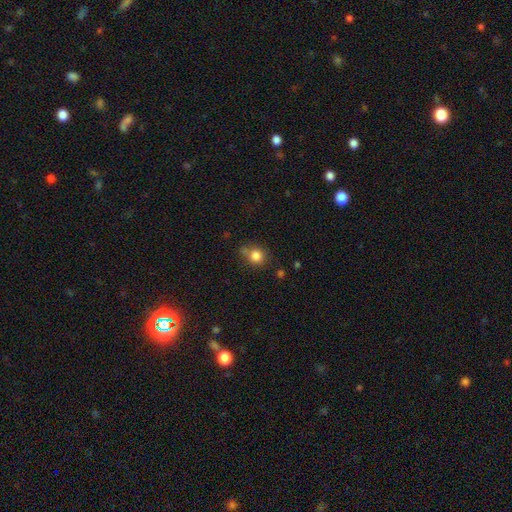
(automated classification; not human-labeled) Q: Smooth or featured?
A: smooth (82%); runner-up: star or artifact (11%)
Q: How rounded?
A: round (85%); runner-up: in between (14%)
Q: Merging?
A: none (64%); runner-up: minor disturbance (17%)